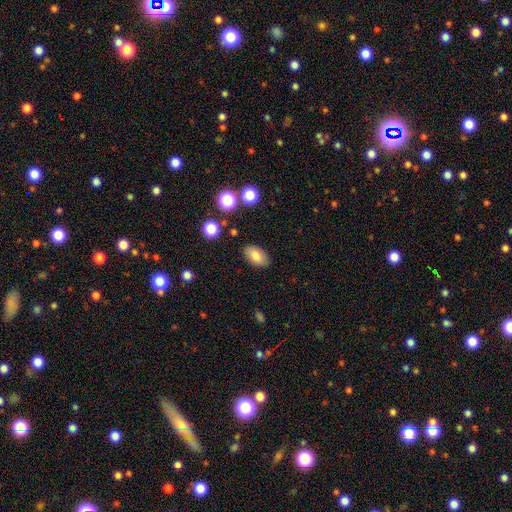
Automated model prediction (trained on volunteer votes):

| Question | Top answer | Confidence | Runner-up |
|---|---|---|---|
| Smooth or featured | smooth | 81% | featured or disk (11%) |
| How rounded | in between | 92% | round (6%) |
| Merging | none | 86% | minor disturbance (10%) |